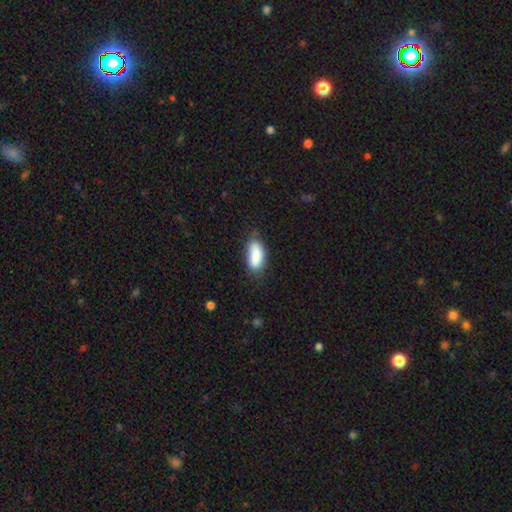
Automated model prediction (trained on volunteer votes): Q: Smooth or featured?
A: smooth (86%); runner-up: featured or disk (7%)
Q: How rounded?
A: in between (81%); runner-up: cigar-shaped (17%)
Q: Merging?
A: none (69%); runner-up: minor disturbance (24%)